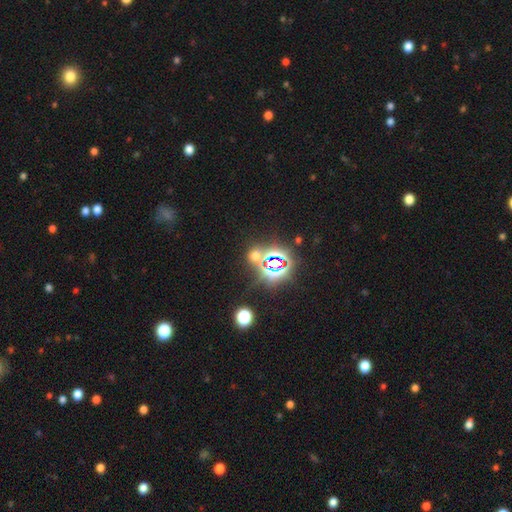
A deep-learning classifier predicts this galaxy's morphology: Smooth or featured?
  - star or artifact: 63% *
  - smooth: 29%
  - featured or disk: 8%